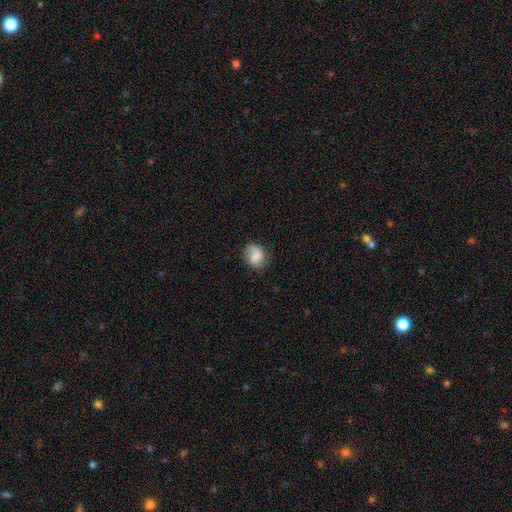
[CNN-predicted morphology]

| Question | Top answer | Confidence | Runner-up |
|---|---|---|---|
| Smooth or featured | smooth | 70% | featured or disk (22%) |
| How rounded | round | 66% | in between (32%) |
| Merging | none | 65% | minor disturbance (24%) |